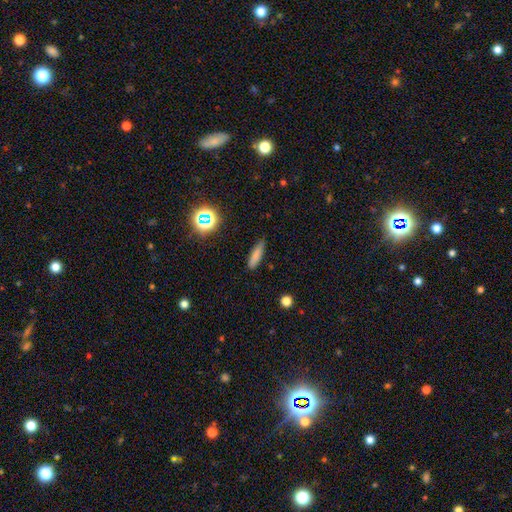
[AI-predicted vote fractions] smooth 79%, star or artifact 12%, featured or disk 9%. Down the decision tree: how rounded — cigar-shaped (72%); merging — none (82%).